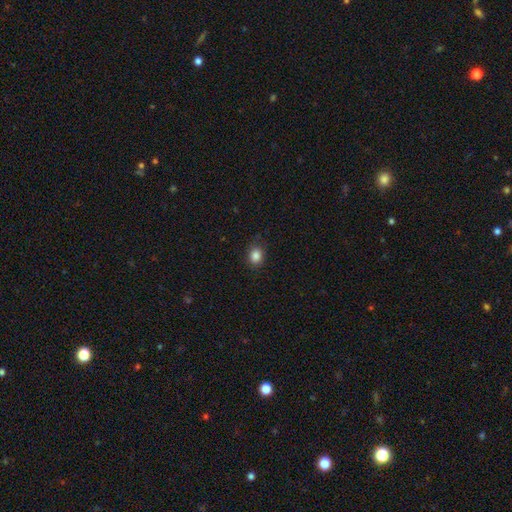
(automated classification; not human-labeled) Smooth or featured? Predicted: smooth (p=0.85). How rounded? Predicted: round (p=0.58). Merging? Predicted: none (p=0.84).